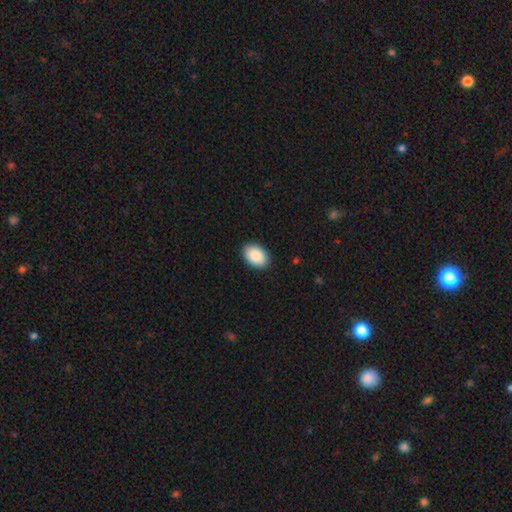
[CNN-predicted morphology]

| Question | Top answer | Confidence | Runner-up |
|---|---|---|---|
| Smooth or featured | smooth | 90% | star or artifact (6%) |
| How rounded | in between | 89% | round (10%) |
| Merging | none | 91% | minor disturbance (7%) |